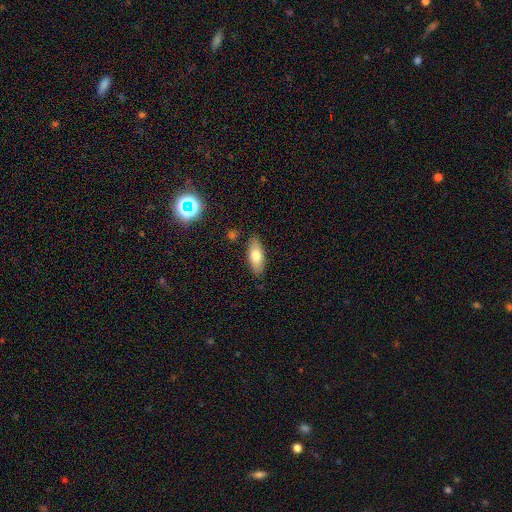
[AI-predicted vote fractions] Overall: smooth (70%). How rounded: in between (77%). Merging: none (85%).